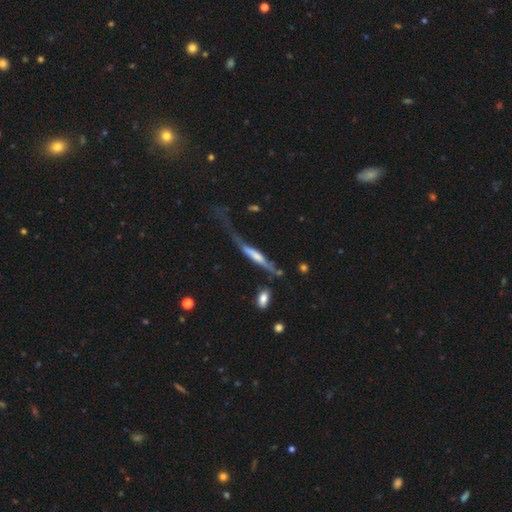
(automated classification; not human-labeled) Overall: featured or disk (54%; smooth 39%). Edge-on disk: yes (79%). Merging: major disturbance (45%; none 25%).